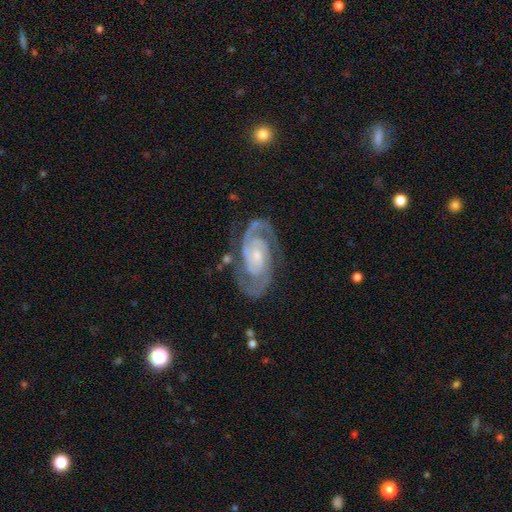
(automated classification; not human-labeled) Q: Smooth or featured?
A: featured or disk (92%); runner-up: star or artifact (5%)
Q: Edge-on disk?
A: no (97%); runner-up: yes (3%)
Q: Bar?
A: no (56%); runner-up: weak (31%)
Q: Spiral arms?
A: yes (98%); runner-up: no (2%)
Q: Spiral winding?
A: tight (60%); runner-up: medium (35%)
Q: Spiral arm count?
A: 2 (91%); runner-up: 3 (3%)
Q: Bulge size?
A: small (62%); runner-up: moderate (29%)
Q: Merging?
A: none (80%); runner-up: minor disturbance (13%)